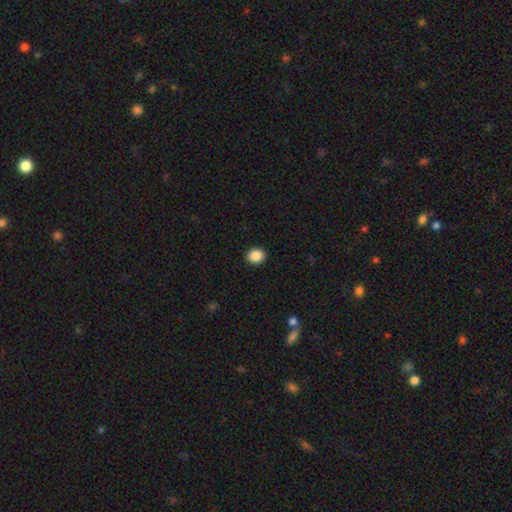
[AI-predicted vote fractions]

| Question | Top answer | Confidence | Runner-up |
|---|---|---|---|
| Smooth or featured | smooth | 88% | star or artifact (9%) |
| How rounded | round | 66% | in between (33%) |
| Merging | none | 92% | minor disturbance (5%) |